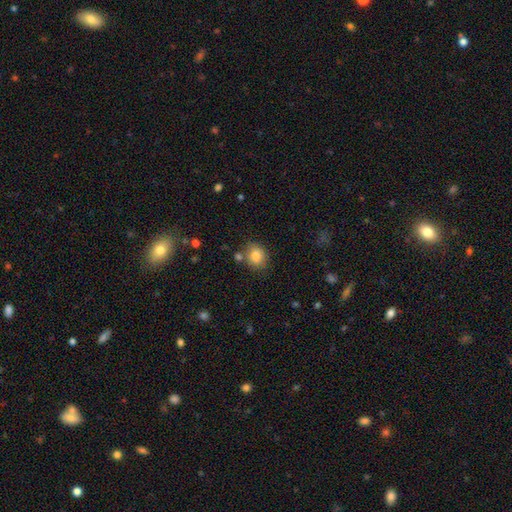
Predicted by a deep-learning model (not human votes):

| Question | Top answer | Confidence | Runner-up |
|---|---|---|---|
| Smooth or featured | smooth | 83% | star or artifact (9%) |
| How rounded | round | 65% | in between (34%) |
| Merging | none | 75% | minor disturbance (13%) |